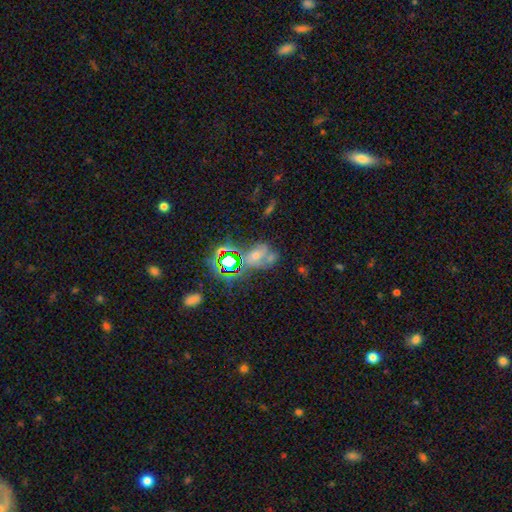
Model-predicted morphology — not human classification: A star or artifact, not a galaxy (48%).

Vote fractions:
- Smooth or featured? star or artifact: 48% / featured or disk: 27% / smooth: 26%